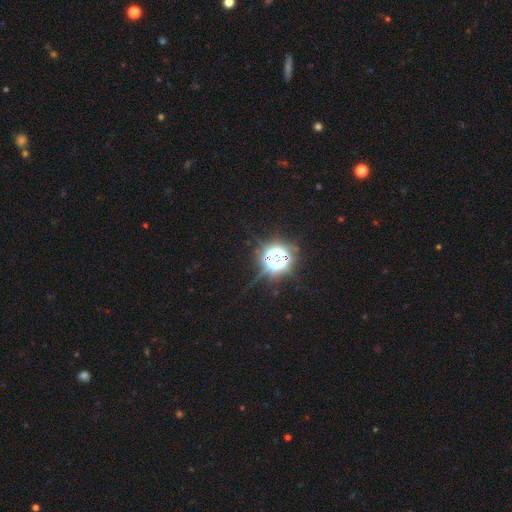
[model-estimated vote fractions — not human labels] This appears to be a star or artifact, not a galaxy (84%).